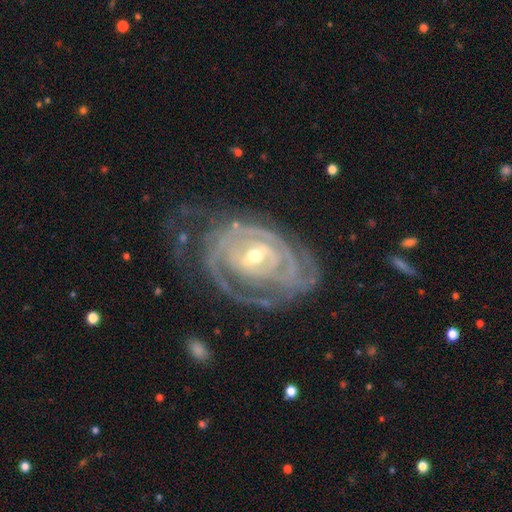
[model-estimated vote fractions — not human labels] This appears to be a featured or disk galaxy (90%) with a weak bar (43%), tight (78%) spiral arms (96%) and a small central bulge (49%). Merging: none (59%).